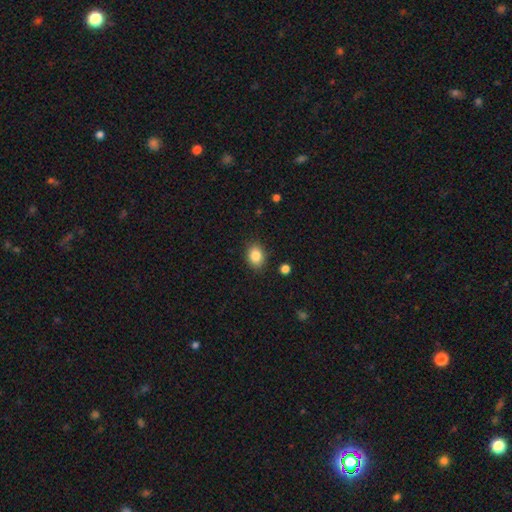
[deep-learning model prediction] smooth-or-featured: smooth: 85% | star or artifact: 9% | featured or disk: 6%
  how-rounded: in between: 60% | round: 39% | cigar-shaped: 1%
  merging: none: 86% | minor disturbance: 10% | major disturbance: 3% | merger: 2%